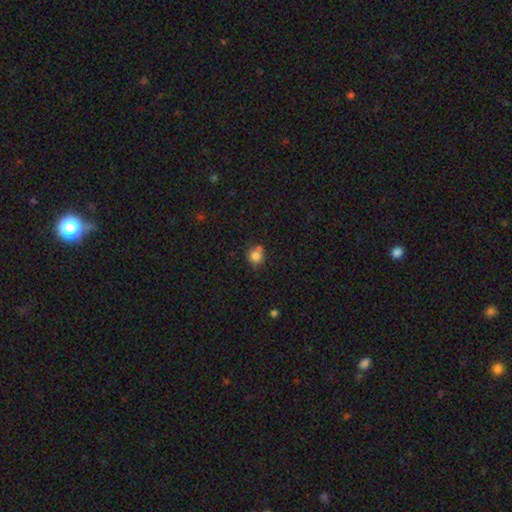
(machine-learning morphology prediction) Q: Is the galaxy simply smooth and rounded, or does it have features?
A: smooth — 82%.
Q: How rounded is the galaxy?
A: round — 87%.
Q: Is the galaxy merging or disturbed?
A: none — 62%.